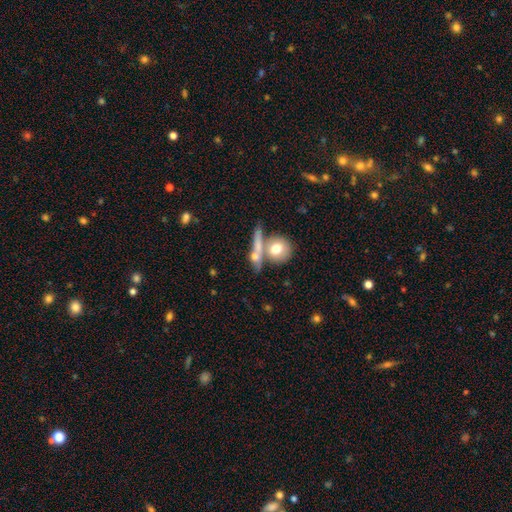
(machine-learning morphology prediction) This appears to be a smooth galaxy with no disk features (58%) that is round (41%). Merging: none (46%).